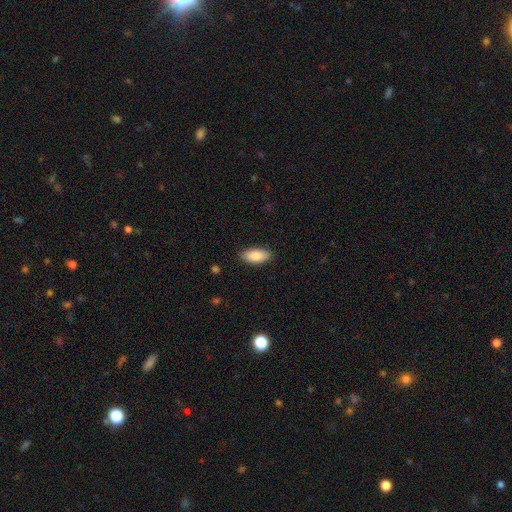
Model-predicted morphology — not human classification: smooth 88%, featured or disk 6%, star or artifact 6%. Down the decision tree: how rounded — in between (90%); merging — none (86%).